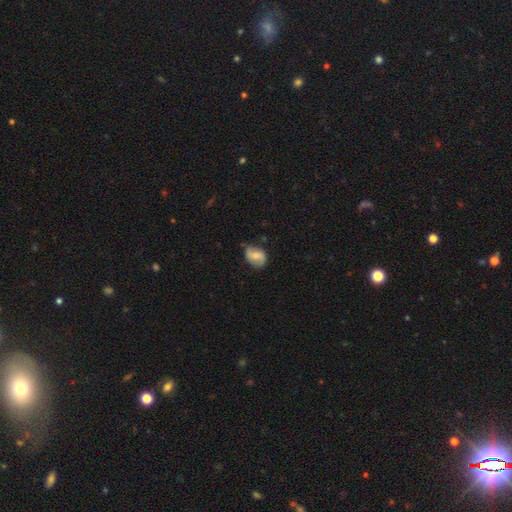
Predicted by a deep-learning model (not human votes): smooth-or-featured: smooth: 51% | featured or disk: 42% | star or artifact: 7%
  how-rounded: in between: 66% | round: 33% | cigar-shaped: 1%
  merging: none: 64% | minor disturbance: 28% | major disturbance: 6% | merger: 2%